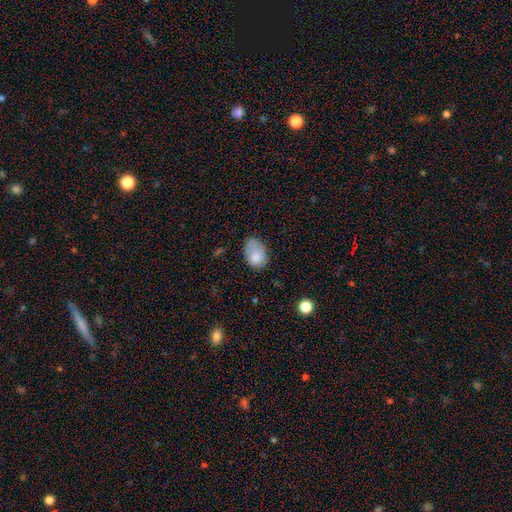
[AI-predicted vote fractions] This is clearly a smooth galaxy (81%). How rounded: clearly in between (82%). Merging: possibly none (53%).